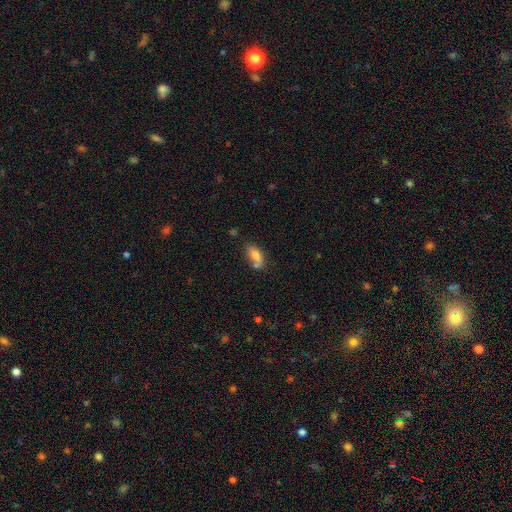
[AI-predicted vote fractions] Smooth or featured? smooth (76%)
How rounded? in between (82%)
Merging? none (49%)